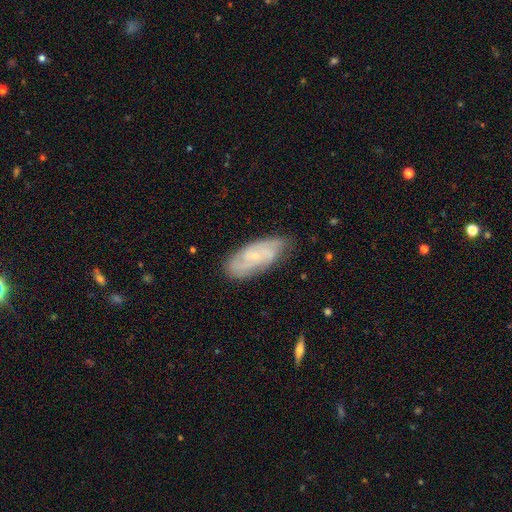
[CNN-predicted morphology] This is likely a featured or disk galaxy (65%). It is clearly not viewed edge-on (91%). Bar: likely no (65%). Spiral arm pattern: clearly yes (88%). Spiral arm count: marginally 2 (38%, tied with can't tell). Spiral winding: possibly tight (49%). Central bulge: likely small (76%). Merging: likely none (72%).